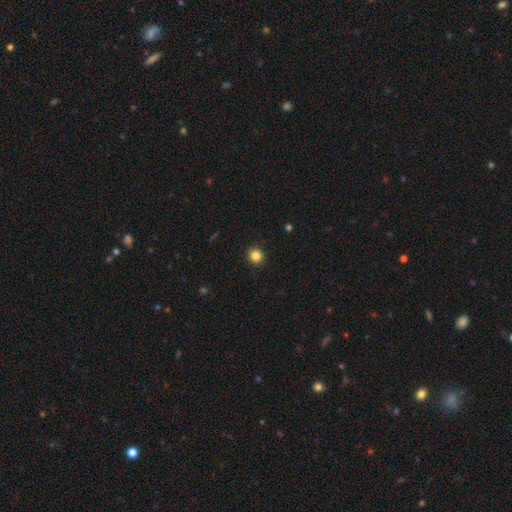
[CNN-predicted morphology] Smooth or featured: smooth — 84% (star or artifact — 12%)
How rounded: round — 93% (in between — 6%)
Merging: none — 93% (minor disturbance — 5%)